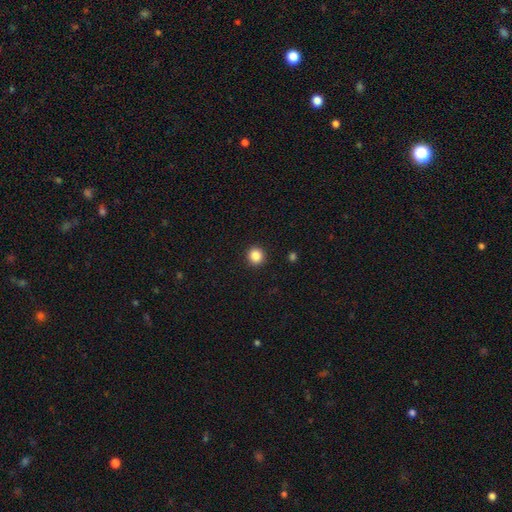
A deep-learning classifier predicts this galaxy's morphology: A smooth galaxy with no disk features (86%) that is round (93%). Merging: none (93%).